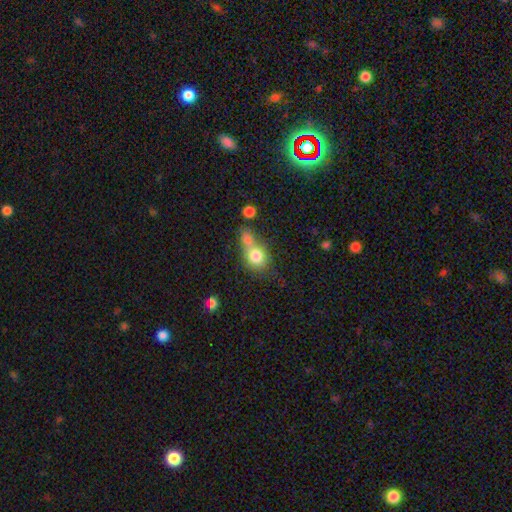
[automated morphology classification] The model was most divided on "merging": merger: 54%, none: 28%, minor disturbance: 11%, major disturbance: 7%. More confident: smooth or featured — smooth (76%); how rounded — round (68%).